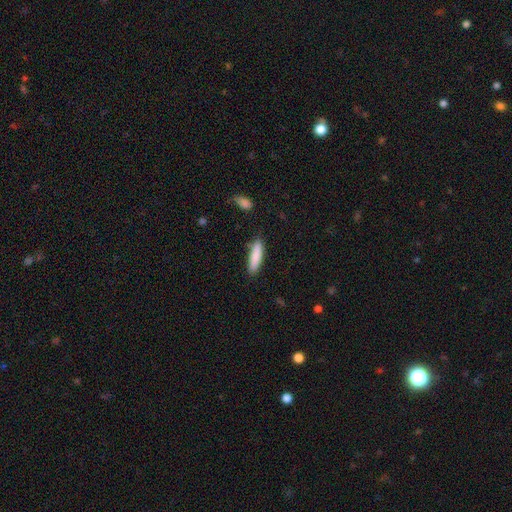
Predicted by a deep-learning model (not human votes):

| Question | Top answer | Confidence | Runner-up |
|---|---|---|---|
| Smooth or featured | smooth | 86% | featured or disk (8%) |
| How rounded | cigar-shaped | 73% | in between (26%) |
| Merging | none | 83% | minor disturbance (12%) |